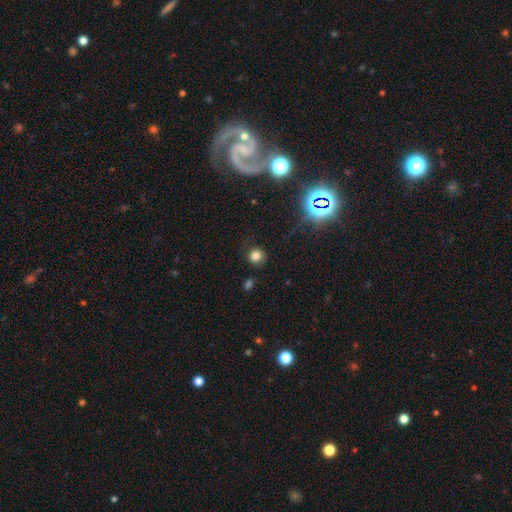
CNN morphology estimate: type=smooth (78%); roundness=round (88%); merging=none (80%).